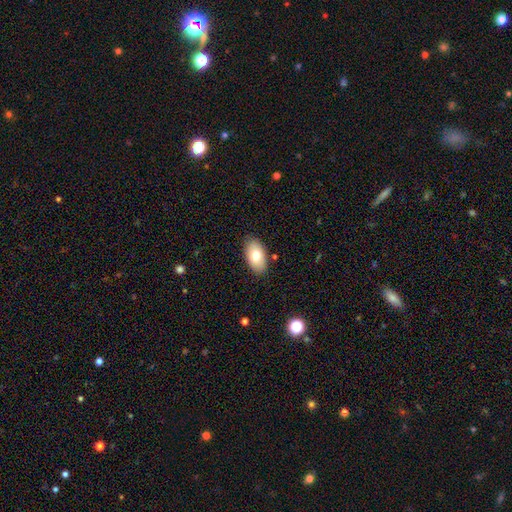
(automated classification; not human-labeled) Smooth or featured?
  - smooth: 75% *
  - featured or disk: 18%
  - star or artifact: 7%
How rounded?
  - in between: 94% *
  - round: 5%
  - cigar-shaped: 2%
Merging?
  - none: 86% *
  - minor disturbance: 10%
  - major disturbance: 2%
  - merger: 2%